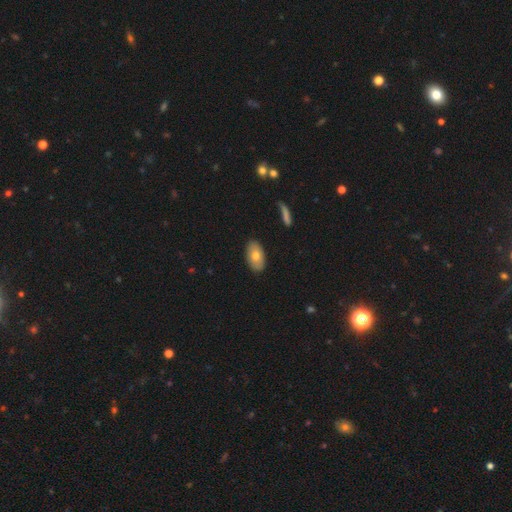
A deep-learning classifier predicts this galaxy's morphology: Q: Smooth or featured?
A: smooth (75%); runner-up: featured or disk (18%)
Q: How rounded?
A: in between (94%); runner-up: round (4%)
Q: Merging?
A: none (87%); runner-up: minor disturbance (10%)